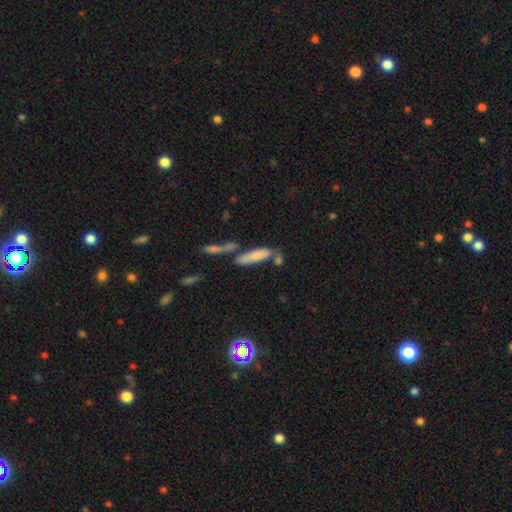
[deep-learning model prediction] Overall: smooth (73%). How rounded: cigar-shaped (61%; in between 37%). Merging: none (45%; merger 33%).